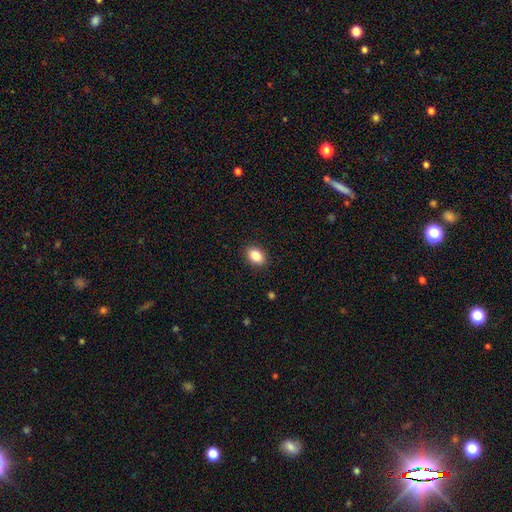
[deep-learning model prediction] Overall: smooth (86%). How rounded: in between (81%). Merging: none (89%).